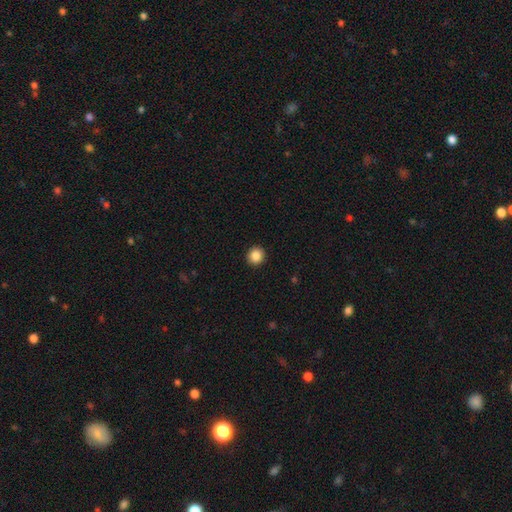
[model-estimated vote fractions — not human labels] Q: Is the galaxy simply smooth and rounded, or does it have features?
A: smooth — 87%.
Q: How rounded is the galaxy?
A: round — 90%.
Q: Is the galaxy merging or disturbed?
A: none — 93%.